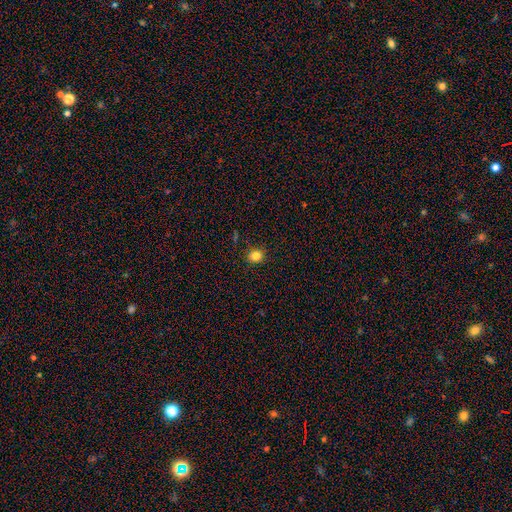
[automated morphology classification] smooth 82%, star or artifact 12%, featured or disk 5%. Down the decision tree: how rounded — round (73%); merging — none (89%).